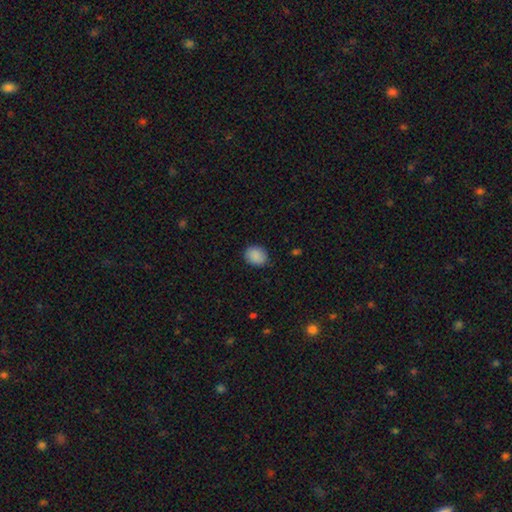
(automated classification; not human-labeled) Smooth or featured? smooth (89%)
How rounded? round (56%)
Merging? none (85%)